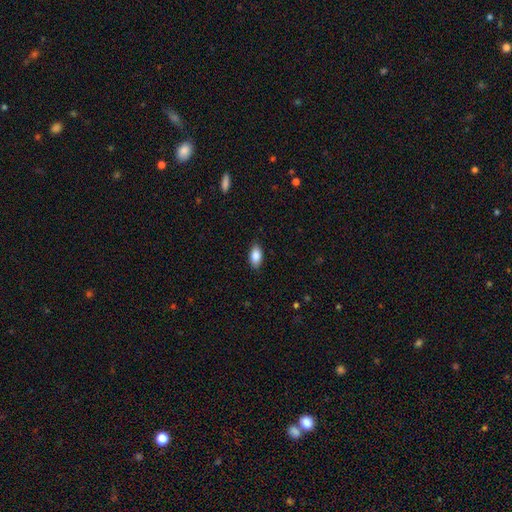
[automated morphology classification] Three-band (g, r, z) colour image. It shows a smooth galaxy with no disk features (88%) that is in between round and cigar-shaped (92%). Merging: none (87%).